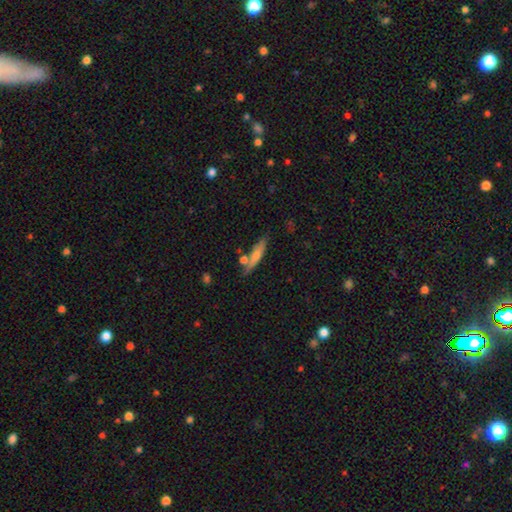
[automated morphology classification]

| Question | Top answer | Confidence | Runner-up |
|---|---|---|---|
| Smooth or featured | smooth | 56% | featured or disk (37%) |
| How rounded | cigar-shaped | 83% | in between (14%) |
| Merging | none | 71% | minor disturbance (14%) |